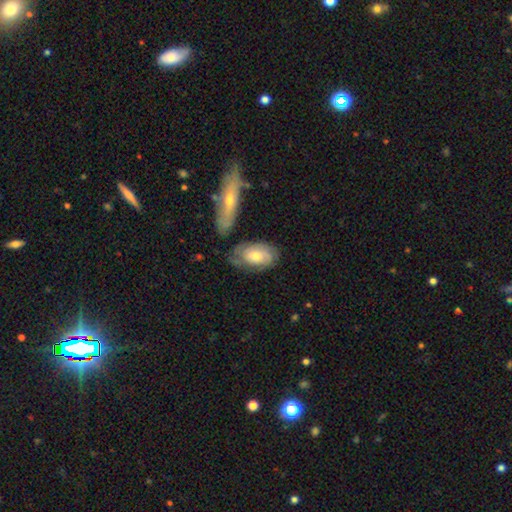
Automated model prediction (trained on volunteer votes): Smooth or featured: featured or disk — 51% (smooth — 43%)
Edge-on disk: no — 89% (yes — 11%)
Merging: none — 58% (minor disturbance — 23%)